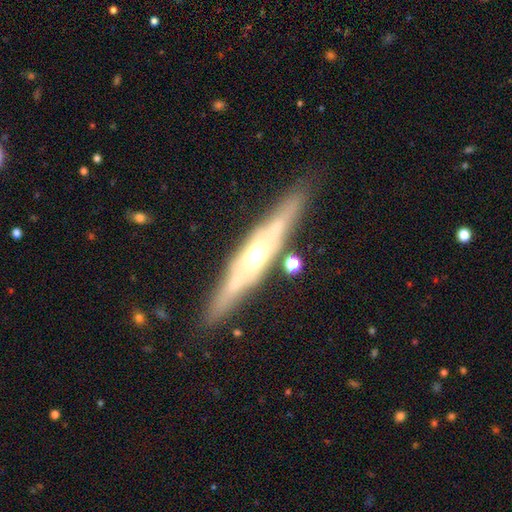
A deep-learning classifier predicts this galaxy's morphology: Q: Smooth or featured?
A: featured or disk (77%); runner-up: smooth (17%)
Q: Edge-on disk?
A: yes (91%); runner-up: no (9%)
Q: Edge-on bulge?
A: rounded (77%); runner-up: boxy (15%)
Q: Merging?
A: none (83%); runner-up: minor disturbance (11%)